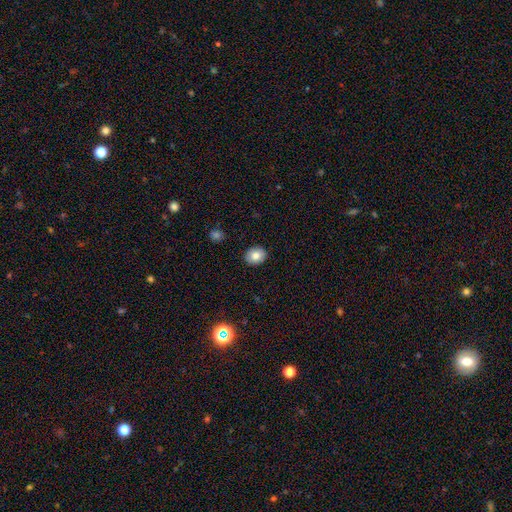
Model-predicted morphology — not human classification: The model was most divided on "how rounded": round: 60%, in between: 39%, cigar-shaped: 1%. More confident: merging — none (90%); smooth or featured — smooth (80%).